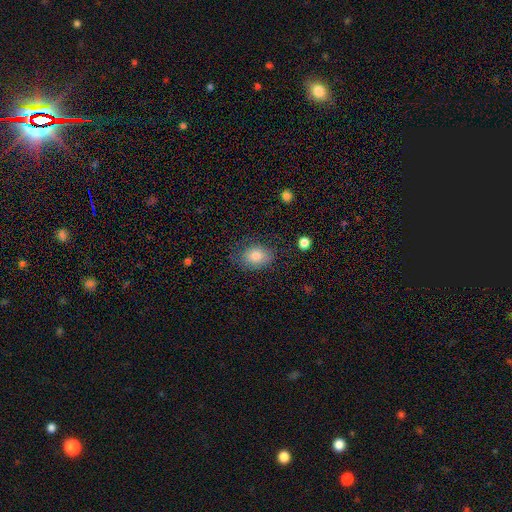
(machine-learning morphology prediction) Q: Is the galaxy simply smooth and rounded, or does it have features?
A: smooth — 80%.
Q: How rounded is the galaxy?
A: in between — 69%.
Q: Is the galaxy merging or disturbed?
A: none — 70%.